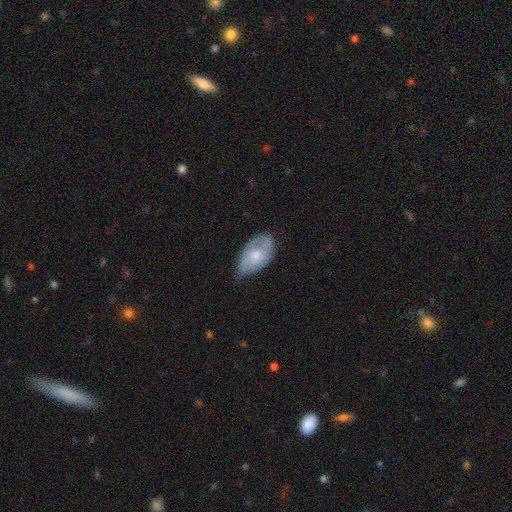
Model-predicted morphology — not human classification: Smooth or featured?
  - smooth: 51% *
  - featured or disk: 43%
  - star or artifact: 6%
How rounded?
  - in between: 92% *
  - round: 6%
  - cigar-shaped: 2%
Merging?
  - none: 57% *
  - minor disturbance: 34%
  - major disturbance: 8%
  - merger: 2%